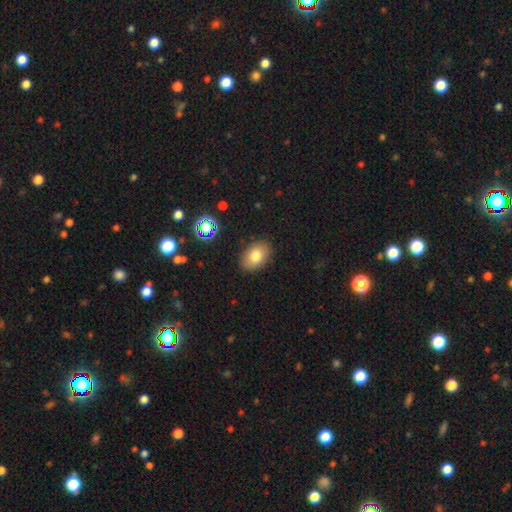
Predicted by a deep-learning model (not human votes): Q: Smooth or featured?
A: smooth (77%); runner-up: featured or disk (13%)
Q: How rounded?
A: in between (80%); runner-up: round (19%)
Q: Merging?
A: none (86%); runner-up: minor disturbance (10%)